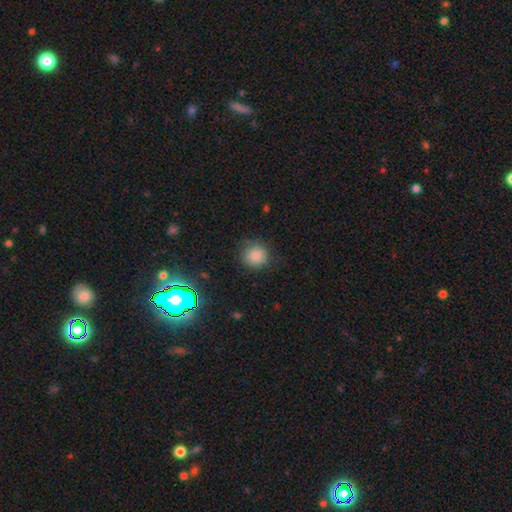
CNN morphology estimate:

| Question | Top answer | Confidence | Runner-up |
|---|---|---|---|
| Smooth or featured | smooth | 84% | star or artifact (11%) |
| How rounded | round | 89% | in between (10%) |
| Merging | none | 82% | minor disturbance (13%) |